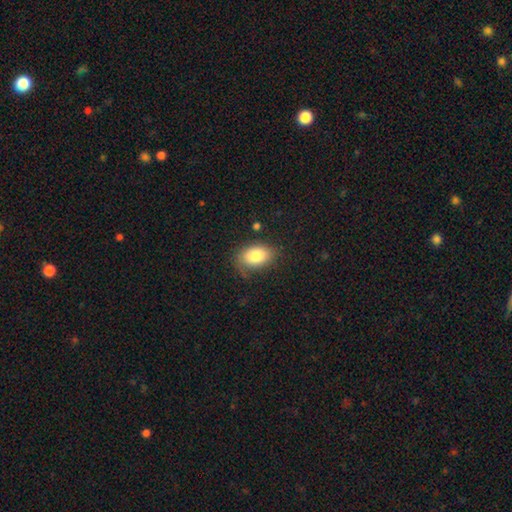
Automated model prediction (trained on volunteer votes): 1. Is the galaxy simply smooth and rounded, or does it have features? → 82% smooth, 10% featured or disk, 8% star or artifact.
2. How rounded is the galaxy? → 86% in between, 13% round, 1% cigar-shaped.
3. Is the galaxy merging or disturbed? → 70% none, 21% minor disturbance, 7% major disturbance, 2% merger.